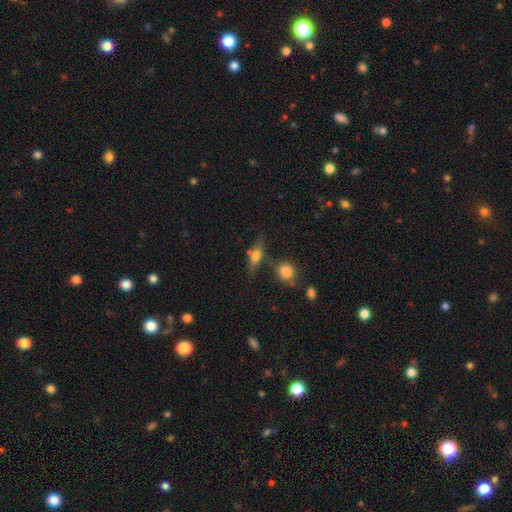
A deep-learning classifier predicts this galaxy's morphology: smooth_or_featured: smooth (p=0.63) [alt: featured or disk p=0.26]
how_rounded: in between (p=0.61) [alt: cigar-shaped p=0.31]
merging: none (p=0.60) [alt: minor disturbance p=0.18]